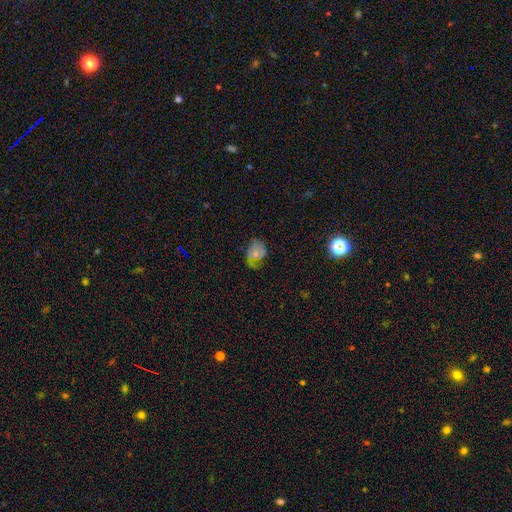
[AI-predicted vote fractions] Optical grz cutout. It shows a smooth galaxy with no disk features (46%). Merging: none (43%).